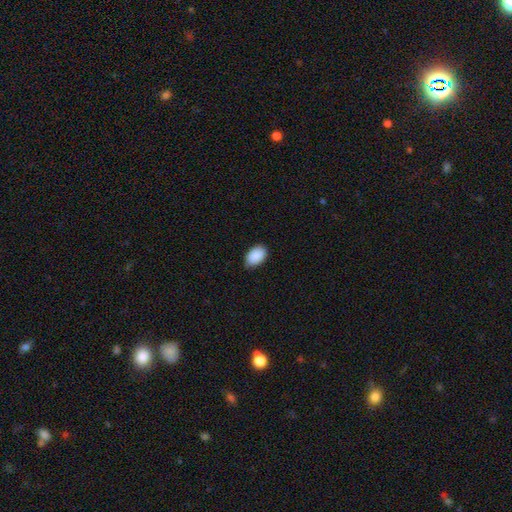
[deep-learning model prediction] Q: Smooth or featured?
A: smooth (91%); runner-up: star or artifact (7%)
Q: How rounded?
A: in between (90%); runner-up: round (9%)
Q: Merging?
A: none (79%); runner-up: minor disturbance (18%)